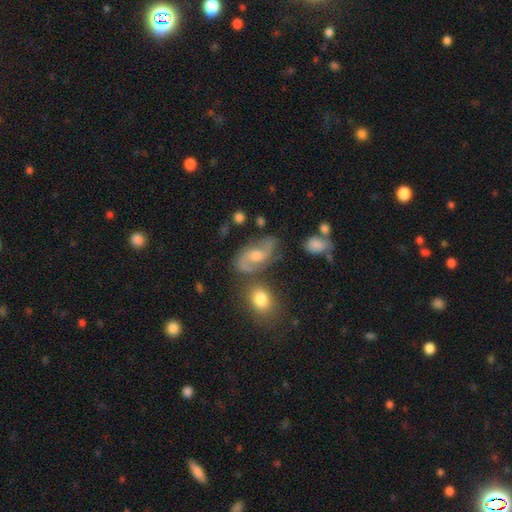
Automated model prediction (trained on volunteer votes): Smooth or featured? Predicted: featured or disk (p=0.71). Edge-on disk? Predicted: no (p=0.96). Bar? Predicted: no (p=0.48). Spiral arms? Predicted: yes (p=0.91). Spiral winding? Predicted: medium (p=0.49). Spiral arm count? Predicted: 2 (p=0.89). Bulge size? Predicted: moderate (p=0.56). Merging? Predicted: none (p=0.62).